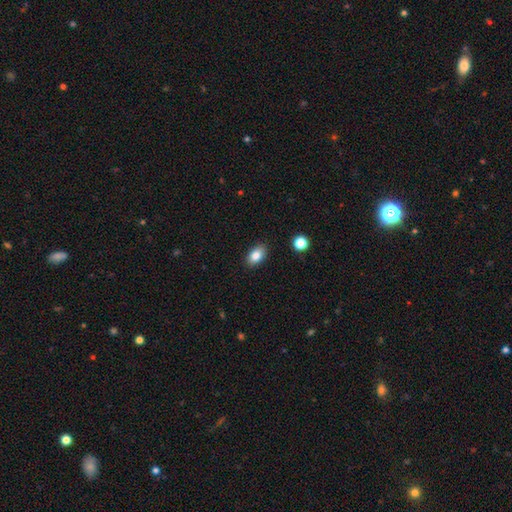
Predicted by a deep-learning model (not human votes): This is clearly a smooth galaxy (84%). How rounded: clearly in between (89%). Merging: clearly none (88%).